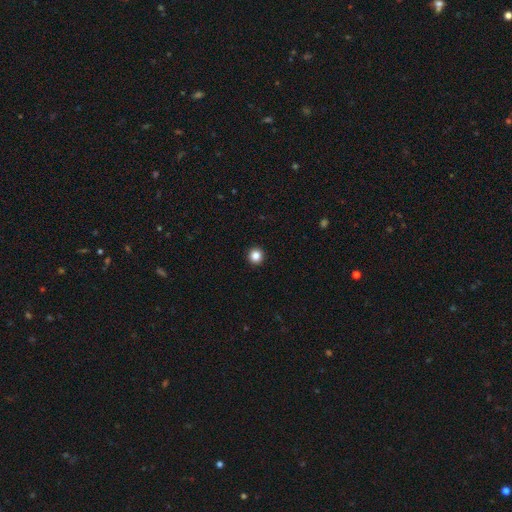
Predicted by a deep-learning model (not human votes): Morphology: type=smooth (85%); roundness=round (96%); merging=none (94%).